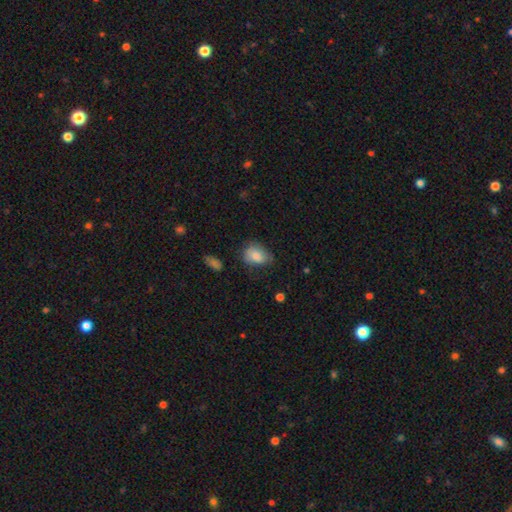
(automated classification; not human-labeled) Smooth or featured? smooth (81%)
How rounded? in between (75%)
Merging? none (56%)